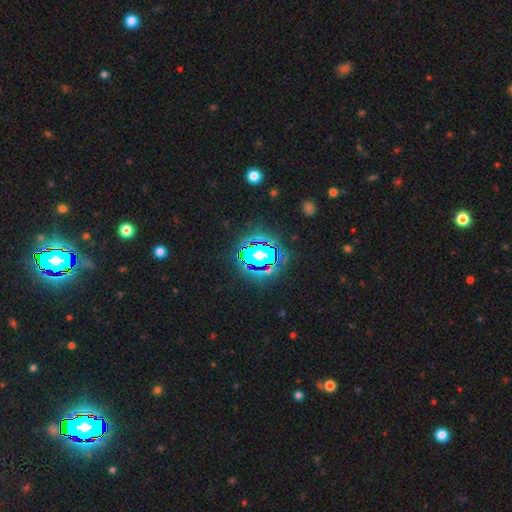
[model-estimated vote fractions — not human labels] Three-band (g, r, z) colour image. It shows a star or artifact, not a galaxy (69%).